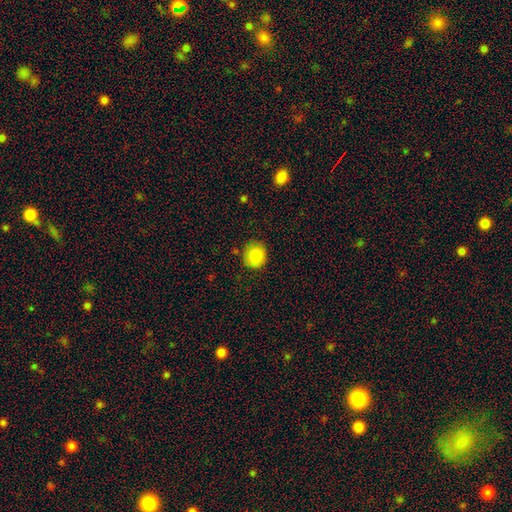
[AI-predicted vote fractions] This appears to be a smooth galaxy with no disk features (83%) that is round (84%). Merging: none (86%).